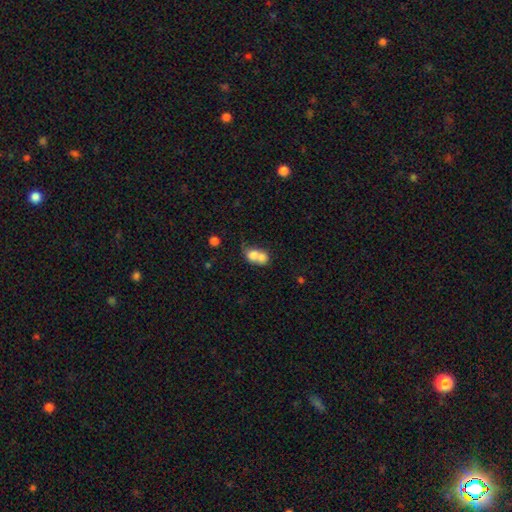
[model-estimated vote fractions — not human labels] A smooth galaxy with no disk features (72%) that is in between round and cigar-shaped (51%).

Vote fractions:
- Smooth or featured? smooth: 72% / featured or disk: 19% / star or artifact: 9%
- How rounded? in between: 51% / round: 48% / cigar-shaped: 2%
- Merging? merger: 72% / none: 17% / minor disturbance: 7% / major disturbance: 4%